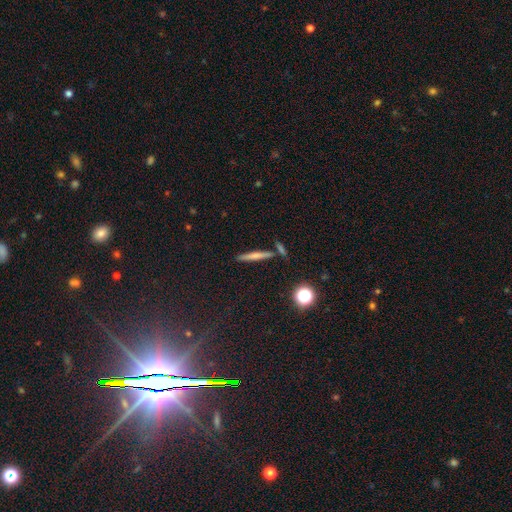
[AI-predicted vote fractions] Smooth or featured: smooth — 58% (featured or disk — 30%)
How rounded: cigar-shaped — 89% (in between — 6%)
Merging: none — 81% (minor disturbance — 9%)